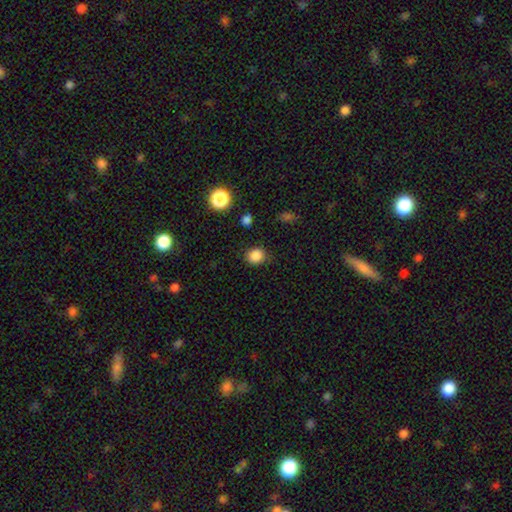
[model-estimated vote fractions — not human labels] Overall: smooth (85%). How rounded: round (76%). Merging: none (84%).